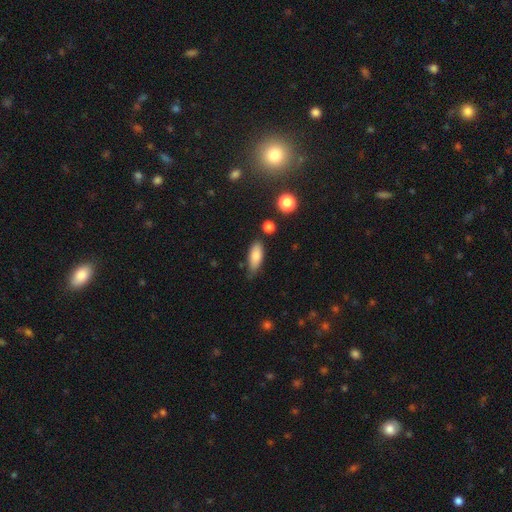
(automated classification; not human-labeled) Smooth or featured? Predicted: smooth (p=0.80). How rounded? Predicted: in between (p=0.75). Merging? Predicted: none (p=0.66).